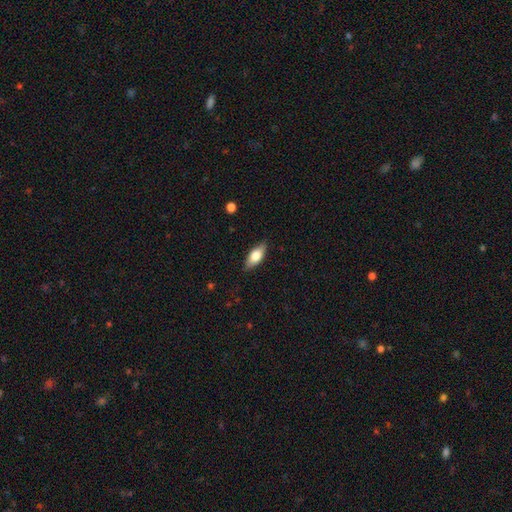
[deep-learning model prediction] This is likely a smooth galaxy (70%). How rounded: clearly in between (81%). Merging: clearly none (85%).